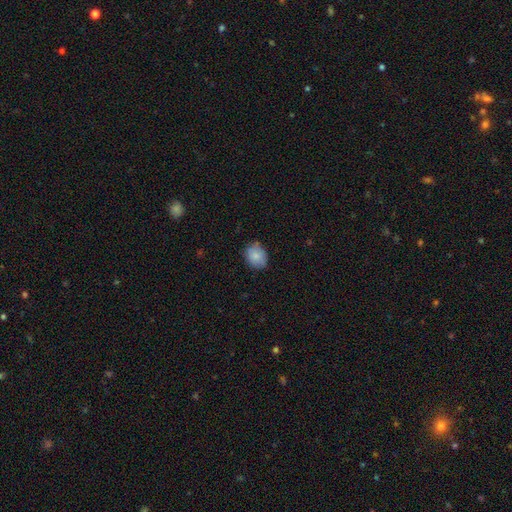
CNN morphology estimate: This appears to be a smooth galaxy with no disk features (86%) that is round (52%). Merging: none (78%).